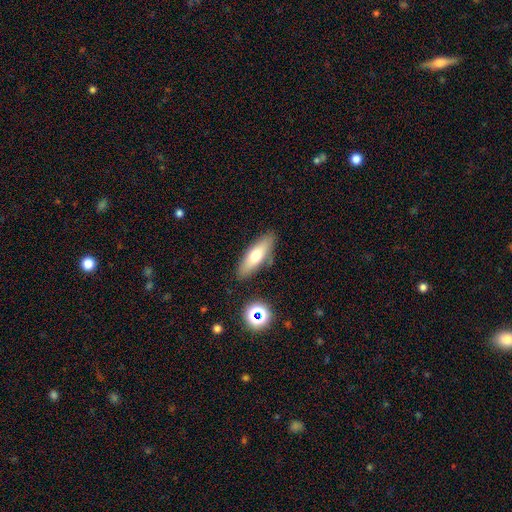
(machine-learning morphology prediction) type=smooth (63%); roundness=in between (49%); merging=none (83%).